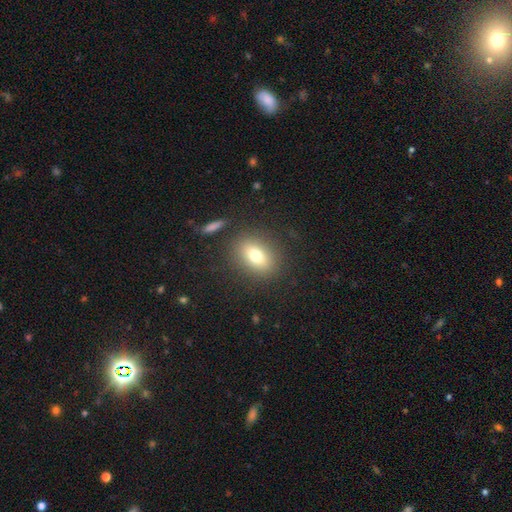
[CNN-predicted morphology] smooth-or-featured: smooth: 73% | featured or disk: 15% | star or artifact: 12%
  how-rounded: in between: 64% | round: 33% | cigar-shaped: 3%
  merging: none: 84% | minor disturbance: 9% | major disturbance: 5% | merger: 3%